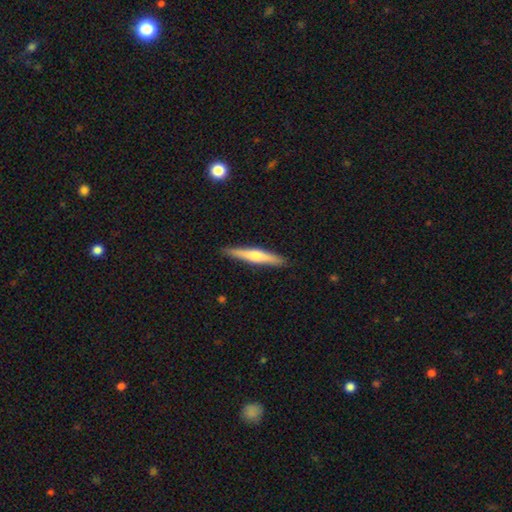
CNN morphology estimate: A featured or disk galaxy (52%) viewed edge-on (97%) with a rounded central bulge (81%).

Vote fractions:
- Smooth or featured? featured or disk: 52% / smooth: 42% / star or artifact: 5%
- Edge-on disk? yes: 97% / no: 3%
- Edge-on bulge? rounded: 81% / none: 12% / boxy: 7%
- Merging? none: 90% / minor disturbance: 7% / major disturbance: 1% / merger: 1%